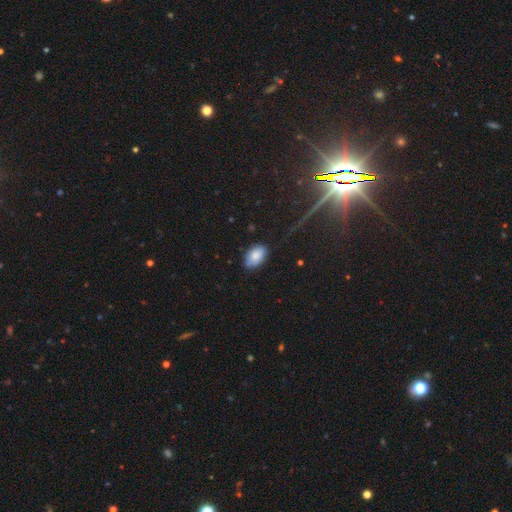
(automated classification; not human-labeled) This is clearly a smooth galaxy (82%). How rounded: clearly in between (92%). Merging: likely none (75%).